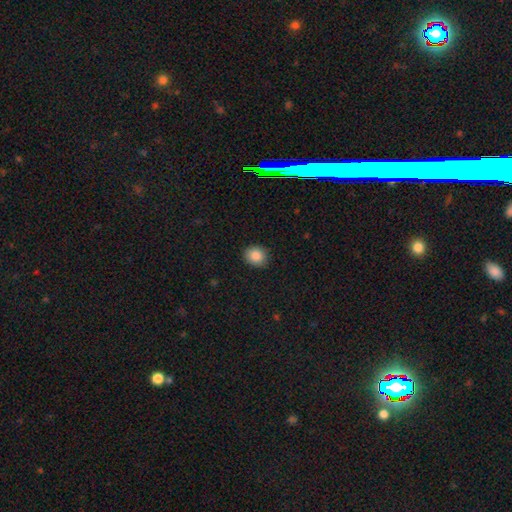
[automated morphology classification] Smooth or featured?
  - smooth: 87% *
  - star or artifact: 9%
  - featured or disk: 4%
How rounded?
  - round: 67% *
  - in between: 32%
  - cigar-shaped: 1%
Merging?
  - none: 88% *
  - minor disturbance: 9%
  - major disturbance: 2%
  - merger: 1%